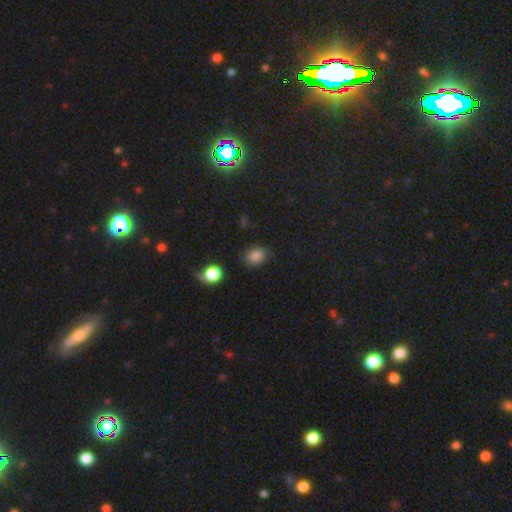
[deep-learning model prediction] Smooth or featured? smooth (83%)
How rounded? in between (60%)
Merging? none (77%)